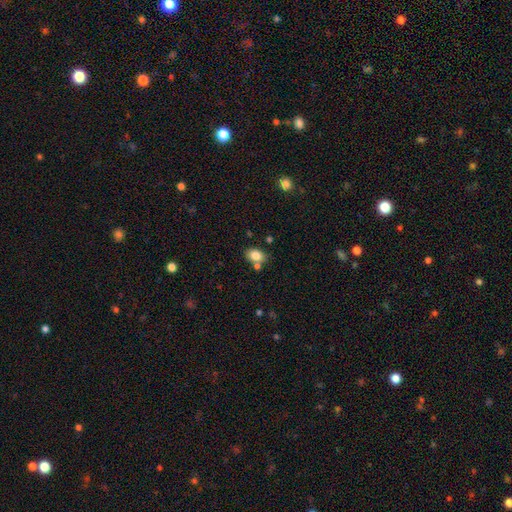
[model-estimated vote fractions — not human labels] smooth-or-featured: smooth: 82% | star or artifact: 9% | featured or disk: 8%
  how-rounded: in between: 75% | round: 23% | cigar-shaped: 1%
  merging: none: 66% | merger: 17% | minor disturbance: 14% | major disturbance: 4%